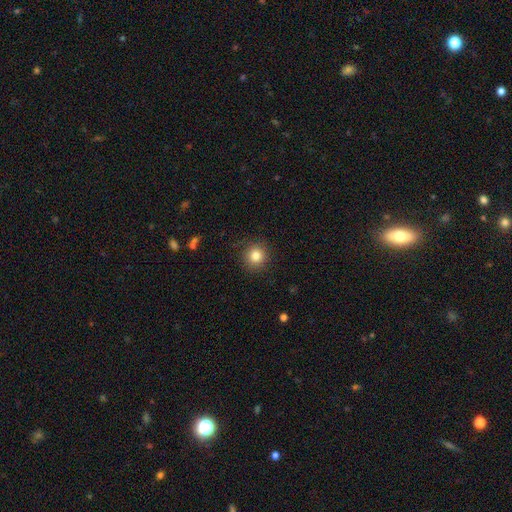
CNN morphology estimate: A smooth galaxy with no disk features (83%) that is round (93%).

Vote fractions:
- Smooth or featured? smooth: 83% / star or artifact: 11% / featured or disk: 6%
- How rounded? round: 93% / in between: 6% / cigar-shaped: 1%
- Merging? none: 89% / minor disturbance: 8% / major disturbance: 2% / merger: 1%